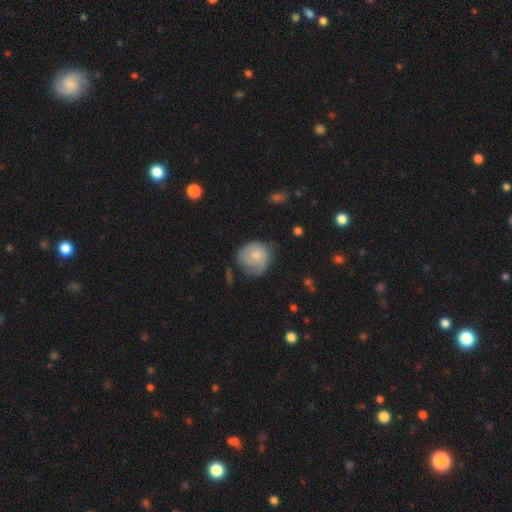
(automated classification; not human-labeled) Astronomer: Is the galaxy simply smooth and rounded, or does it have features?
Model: smooth — 55% (runner-up: featured or disk, 38%).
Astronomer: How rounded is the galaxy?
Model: round — 81%.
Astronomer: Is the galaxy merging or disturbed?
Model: none — 52% (runner-up: minor disturbance, 32%).